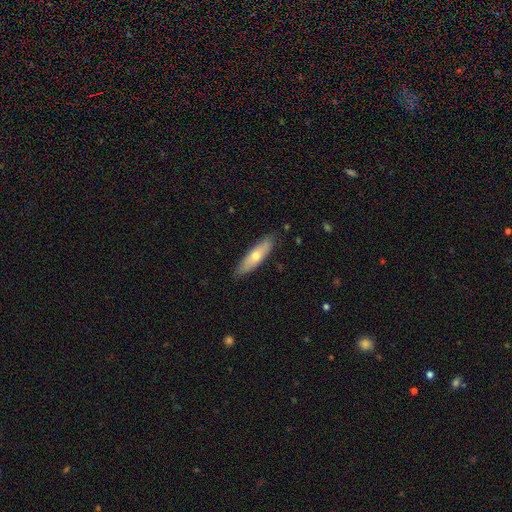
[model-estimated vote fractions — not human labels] The model was most divided on "smooth or featured": smooth: 58%, featured or disk: 36%, star or artifact: 6%. More confident: merging — none (86%); how rounded — cigar-shaped (62%).